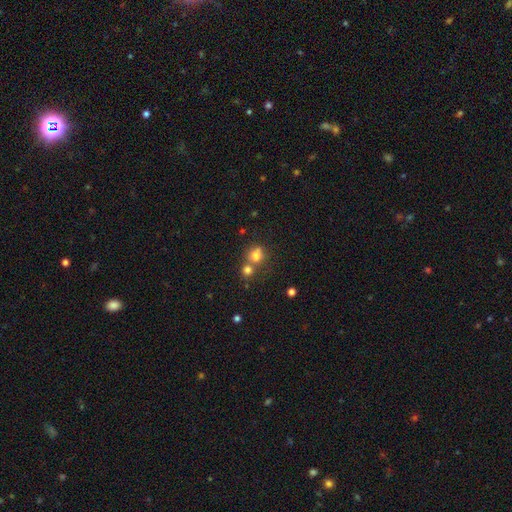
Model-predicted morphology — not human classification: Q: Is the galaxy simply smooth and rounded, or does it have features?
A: smooth — 75%.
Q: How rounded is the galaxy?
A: round — 69%.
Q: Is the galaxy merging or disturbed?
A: merger — 48%.